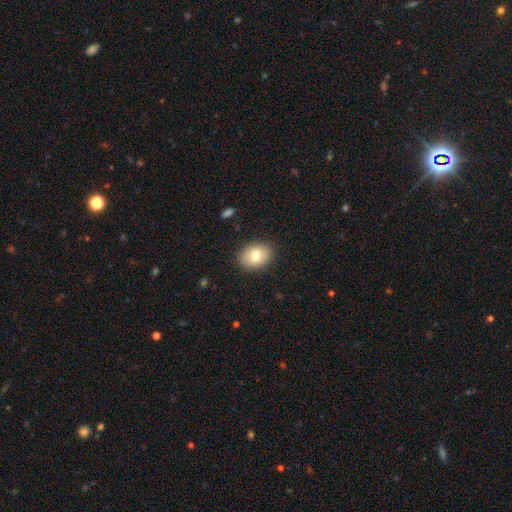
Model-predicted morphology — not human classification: This is likely a smooth galaxy (77%). How rounded: likely in between (77%). Merging: clearly none (86%).